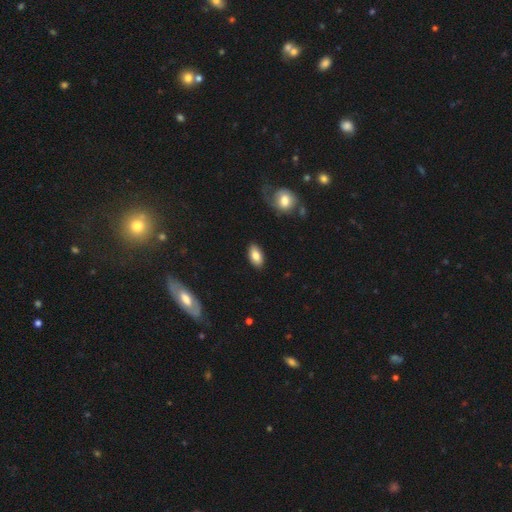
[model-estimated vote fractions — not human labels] A smooth galaxy with no disk features (83%) that is in between round and cigar-shaped (93%). Merging: none (88%).